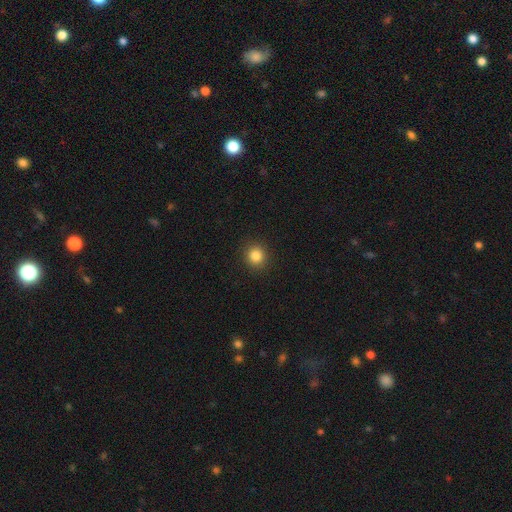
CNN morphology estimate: Overall: smooth (84%). How rounded: round (90%). Merging: none (92%).